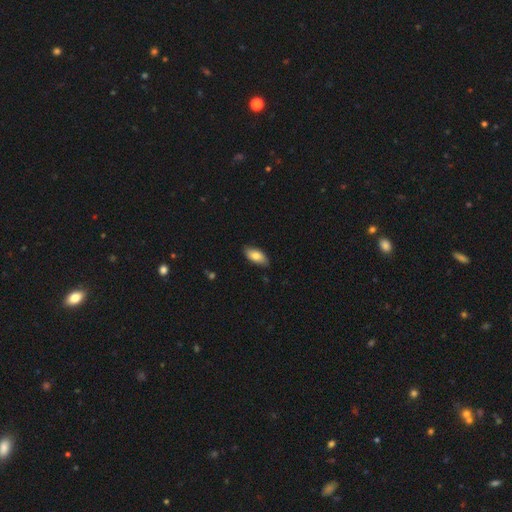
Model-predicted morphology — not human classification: smooth_or_featured: smooth (p=0.80) [alt: featured or disk p=0.14]
how_rounded: in between (p=0.91) [alt: cigar-shaped p=0.07]
merging: none (p=0.84) [alt: minor disturbance p=0.13]